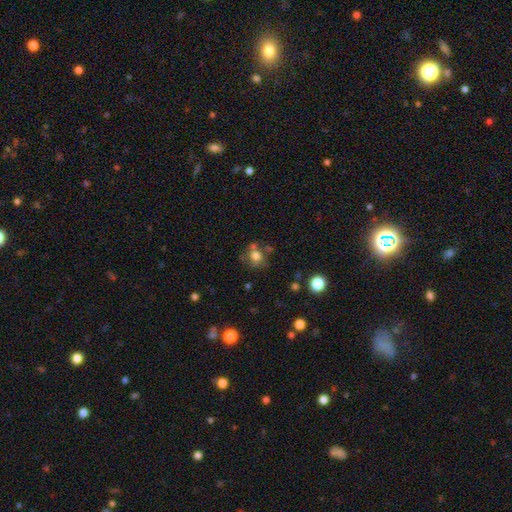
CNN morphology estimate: type=smooth (72%); roundness=round (76%); merging=none (55%).